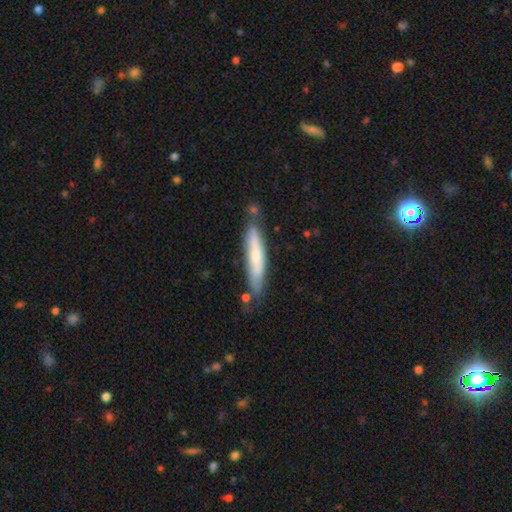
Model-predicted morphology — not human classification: A smooth galaxy with no disk features (58%) that is cigar-shaped (88%). Merging: none (69%).